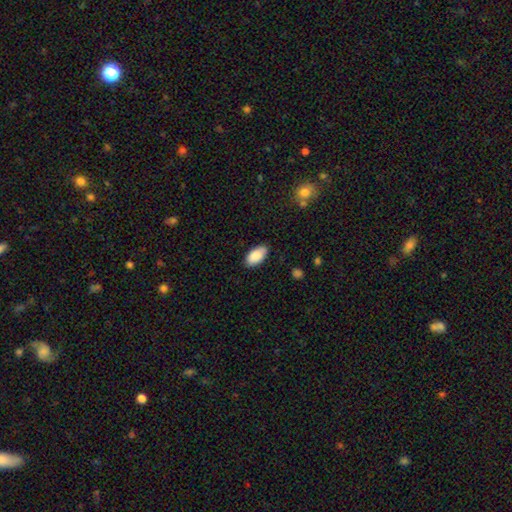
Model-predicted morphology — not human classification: Smooth or featured? Predicted: smooth (p=0.89). How rounded? Predicted: in between (p=0.95). Merging? Predicted: none (p=0.84).